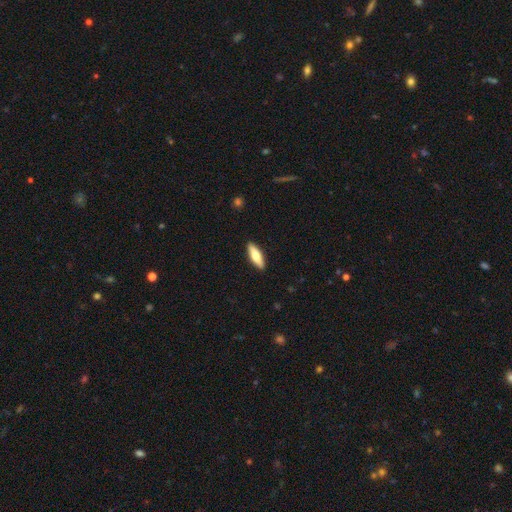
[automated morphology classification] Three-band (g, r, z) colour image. It shows a smooth galaxy with no disk features (69%) that is cigar-shaped (57%). Merging: none (90%).